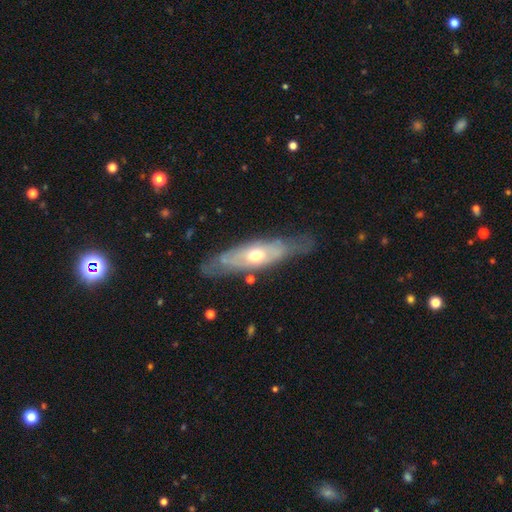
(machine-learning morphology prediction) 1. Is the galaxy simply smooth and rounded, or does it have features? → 65% featured or disk, 29% smooth, 5% star or artifact.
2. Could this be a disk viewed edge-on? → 67% no, 33% yes.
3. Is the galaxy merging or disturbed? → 67% none, 23% minor disturbance, 9% major disturbance, 2% merger.